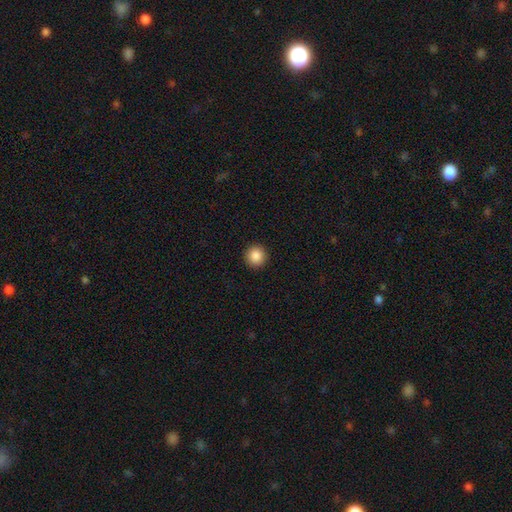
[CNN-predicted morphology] Q: Smooth or featured?
A: smooth (87%); runner-up: star or artifact (9%)
Q: How rounded?
A: round (95%); runner-up: in between (4%)
Q: Merging?
A: none (93%); runner-up: minor disturbance (4%)